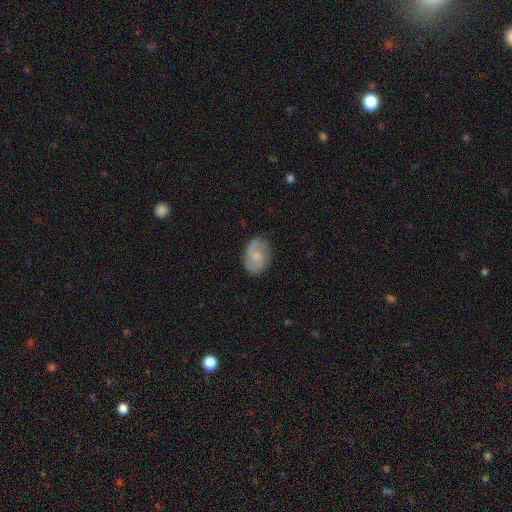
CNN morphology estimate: type=featured or disk (51%); edge-on=no (97%); merging=none (79%).